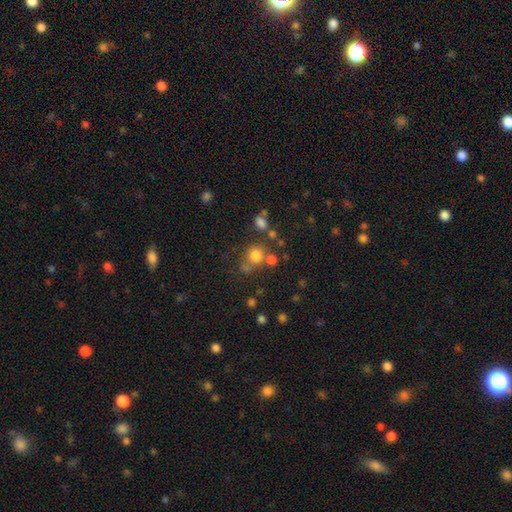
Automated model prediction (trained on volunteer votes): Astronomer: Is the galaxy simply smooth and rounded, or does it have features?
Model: smooth — 74%.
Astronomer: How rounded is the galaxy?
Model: round — 84%.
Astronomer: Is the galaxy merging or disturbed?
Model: none — 60%.